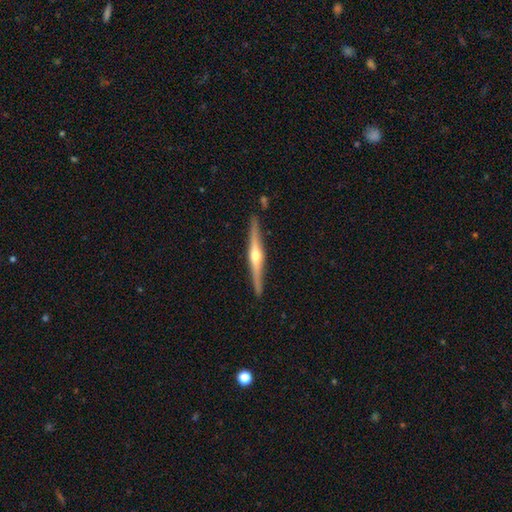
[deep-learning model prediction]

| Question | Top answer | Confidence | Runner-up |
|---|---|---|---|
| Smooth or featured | featured or disk | 79% | smooth (17%) |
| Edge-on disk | yes | 98% | no (2%) |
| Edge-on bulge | rounded | 92% | boxy (4%) |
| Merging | none | 90% | minor disturbance (8%) |